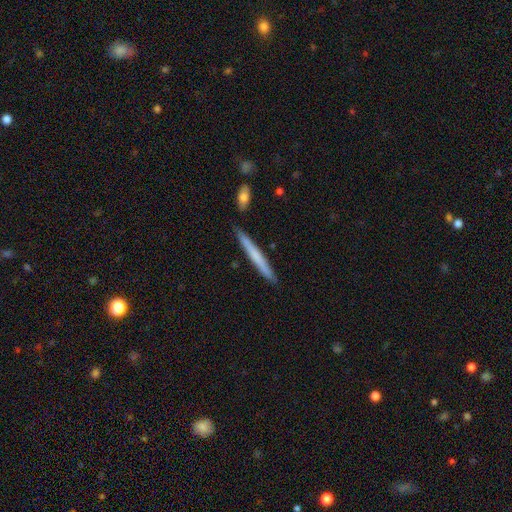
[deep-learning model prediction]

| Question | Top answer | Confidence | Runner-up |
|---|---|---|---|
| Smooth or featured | smooth | 59% | featured or disk (35%) |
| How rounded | cigar-shaped | 97% | in between (2%) |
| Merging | none | 87% | minor disturbance (8%) |